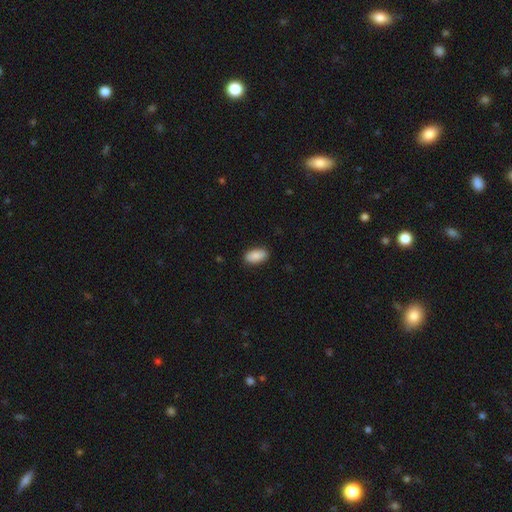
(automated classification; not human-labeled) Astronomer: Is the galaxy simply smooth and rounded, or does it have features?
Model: smooth — 89%.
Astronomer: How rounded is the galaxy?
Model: in between — 93%.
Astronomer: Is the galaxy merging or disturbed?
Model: none — 88%.